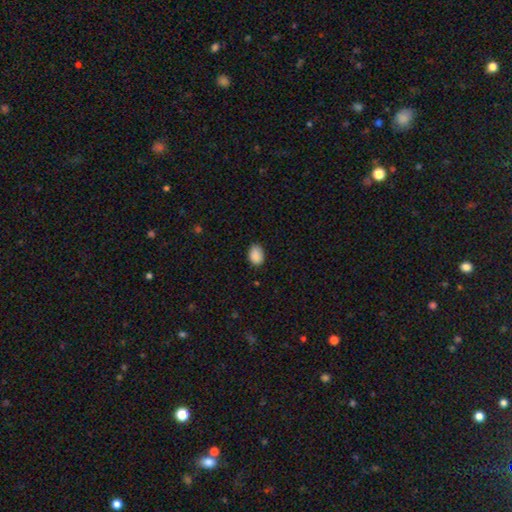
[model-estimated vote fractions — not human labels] This is clearly a smooth galaxy (89%). How rounded: clearly in between (80%). Merging: likely none (80%).